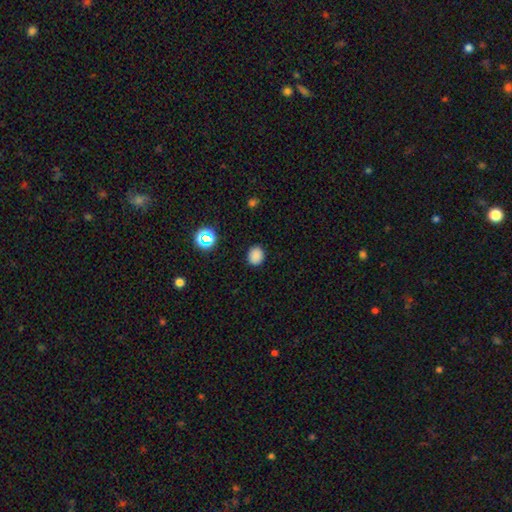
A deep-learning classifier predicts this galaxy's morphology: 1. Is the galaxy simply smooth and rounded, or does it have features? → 83% smooth, 14% star or artifact, 3% featured or disk.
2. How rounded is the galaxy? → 67% round, 32% in between, 1% cigar-shaped.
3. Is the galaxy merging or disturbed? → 88% none, 8% minor disturbance, 3% major disturbance, 1% merger.